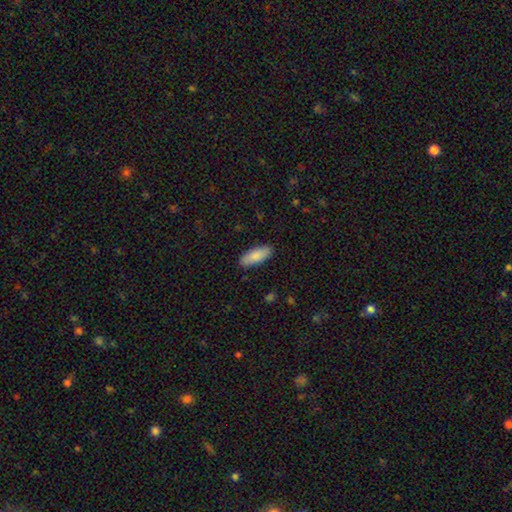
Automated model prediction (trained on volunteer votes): Smooth or featured? smooth (85%)
How rounded? in between (78%)
Merging? none (88%)